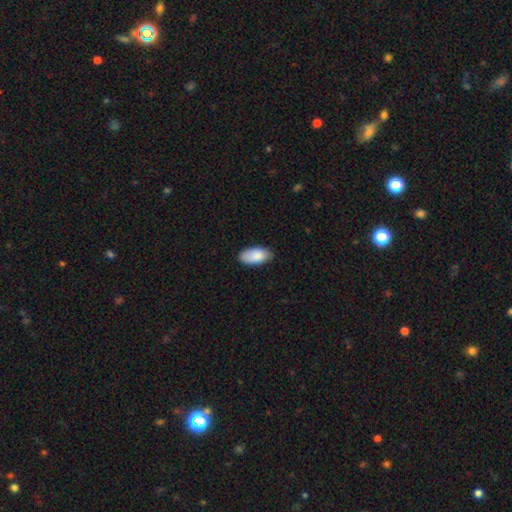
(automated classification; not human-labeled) Overall: smooth (88%). How rounded: in between (95%). Merging: none (80%).